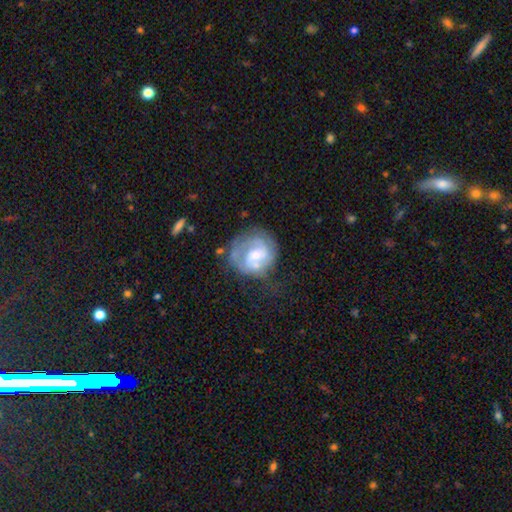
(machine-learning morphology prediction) smooth-or-featured: featured or disk: 69% | smooth: 25% | star or artifact: 6%
  disk-edge-on: no: 98% | yes: 2%
    bar: no: 54% | weak: 39% | strong: 8%
    has-spiral-arms: yes: 79% | no: 21%
      spiral-winding: tight: 46% | medium: 38% | loose: 16%
      spiral-arm-count: 2: 46% | can't tell: 29% | 1: 12% | 3: 9% | 4: 2% | more than 4: 2%
    bulge-size: moderate: 47% | small: 43% | large: 6% | none: 4% | dominant: 1%
  merging: none: 47% | minor disturbance: 24% | major disturbance: 21% | merger: 7%